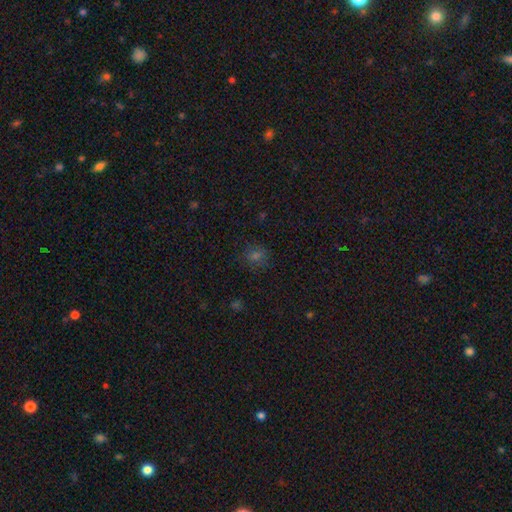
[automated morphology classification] Smooth or featured: smooth — 65% (star or artifact — 27%)
How rounded: round — 76% (in between — 23%)
Merging: none — 85% (minor disturbance — 11%)